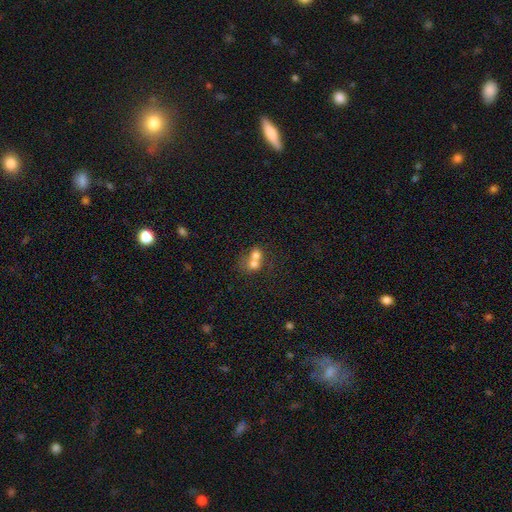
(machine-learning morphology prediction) smooth_or_featured: smooth (p=0.68) [alt: featured or disk p=0.22]
how_rounded: round (p=0.65) [alt: in between p=0.34]
merging: merger (p=0.73) [alt: none p=0.19]